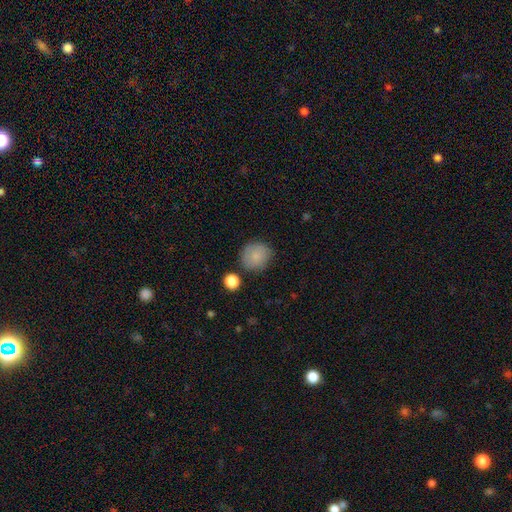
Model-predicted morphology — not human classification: Smooth or featured? Predicted: smooth (p=0.81). How rounded? Predicted: round (p=0.87). Merging? Predicted: none (p=0.77).